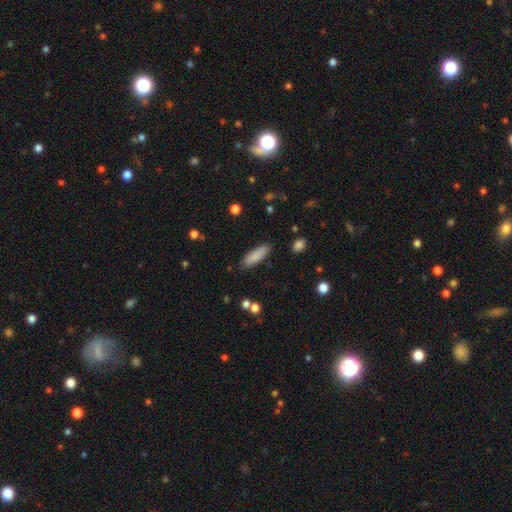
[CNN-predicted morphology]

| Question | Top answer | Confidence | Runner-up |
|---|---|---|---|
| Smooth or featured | smooth | 86% | featured or disk (7%) |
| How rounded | cigar-shaped | 53% | in between (45%) |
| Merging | none | 85% | minor disturbance (10%) |